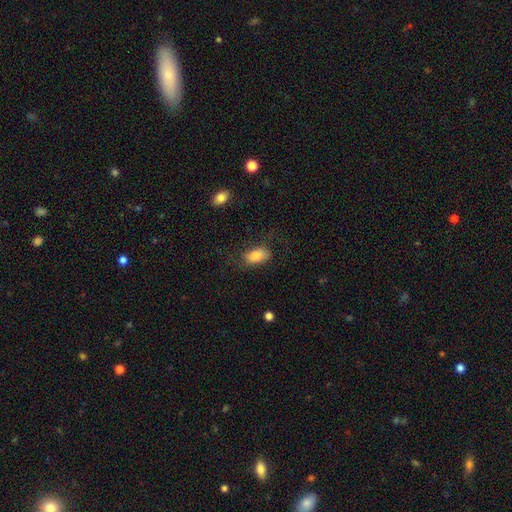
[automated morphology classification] smooth_or_featured: smooth (p=0.82) [alt: featured or disk p=0.10]
how_rounded: in between (p=0.92) [alt: round p=0.05]
merging: none (p=0.69) [alt: minor disturbance p=0.18]